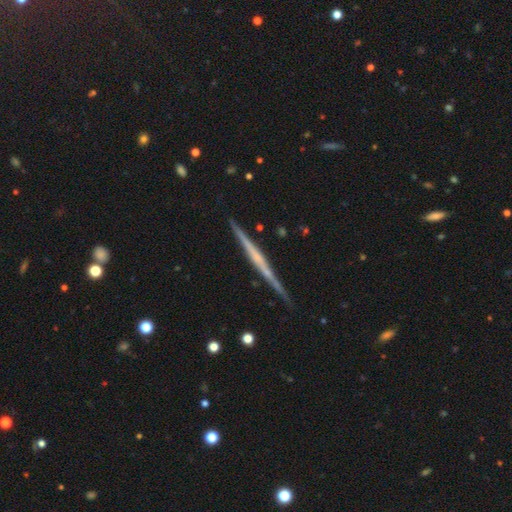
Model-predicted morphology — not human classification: This is likely a featured or disk galaxy (74%). It is clearly viewed edge-on (98%). Edge-on bulge: likely none (66%). Merging: clearly none (87%).